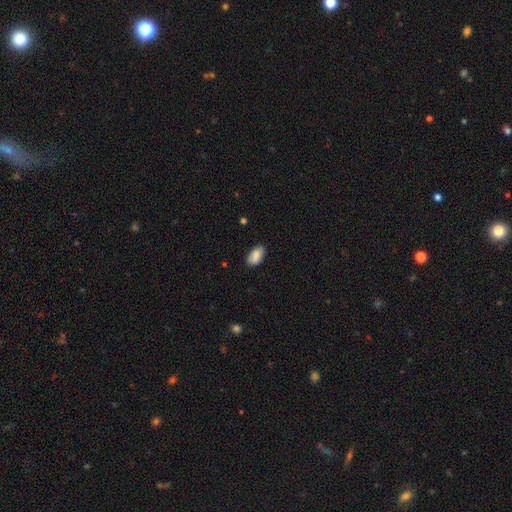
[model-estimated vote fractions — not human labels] A smooth galaxy with no disk features (87%) that is in between round and cigar-shaped (94%).

Vote fractions:
- Smooth or featured? smooth: 87% / star or artifact: 7% / featured or disk: 6%
- How rounded? in between: 94% / round: 3% / cigar-shaped: 3%
- Merging? none: 80% / minor disturbance: 16% / major disturbance: 3% / merger: 1%